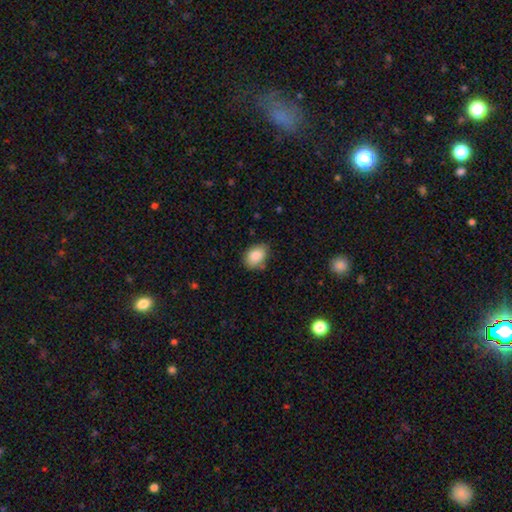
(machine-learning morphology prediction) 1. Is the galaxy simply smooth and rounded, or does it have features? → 86% smooth, 7% star or artifact, 7% featured or disk.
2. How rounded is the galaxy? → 78% in between, 21% round, 1% cigar-shaped.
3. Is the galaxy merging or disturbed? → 72% none, 22% minor disturbance, 4% major disturbance, 2% merger.